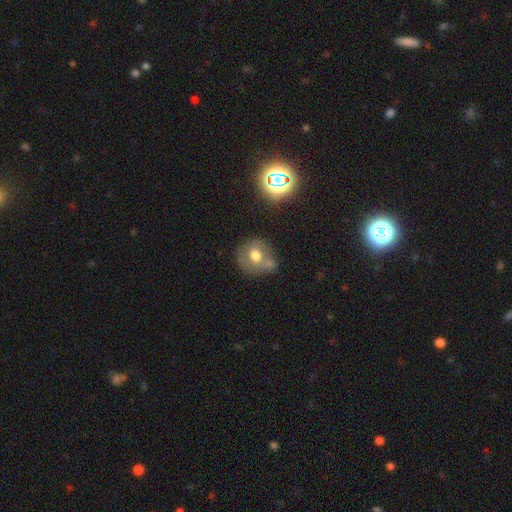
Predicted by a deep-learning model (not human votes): Morphology: type=smooth (59%); roundness=round (82%); merging=none (49%).